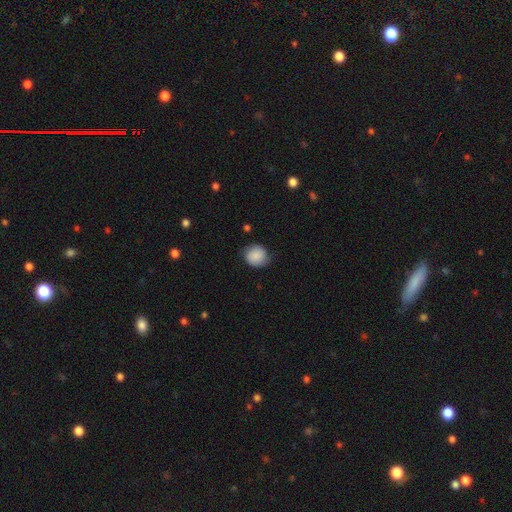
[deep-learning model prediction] Overall: smooth (81%). How rounded: round (81%). Merging: none (76%).